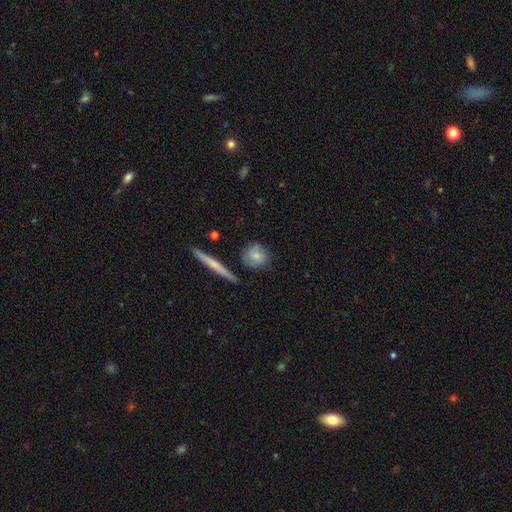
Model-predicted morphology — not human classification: Overall: smooth (70%). How rounded: round (71%). Merging: none (74%).